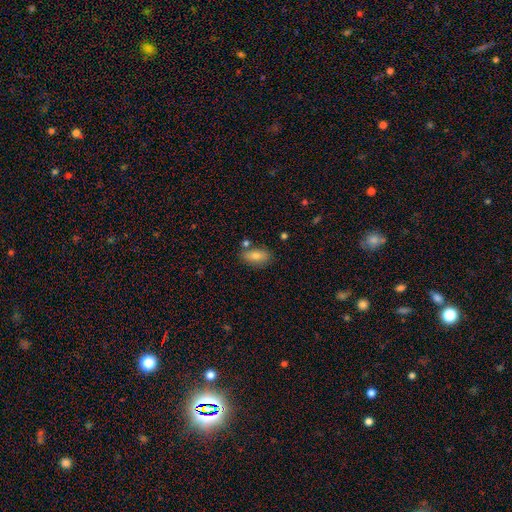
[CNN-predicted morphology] type=smooth (79%); roundness=in between (87%); merging=none (76%).